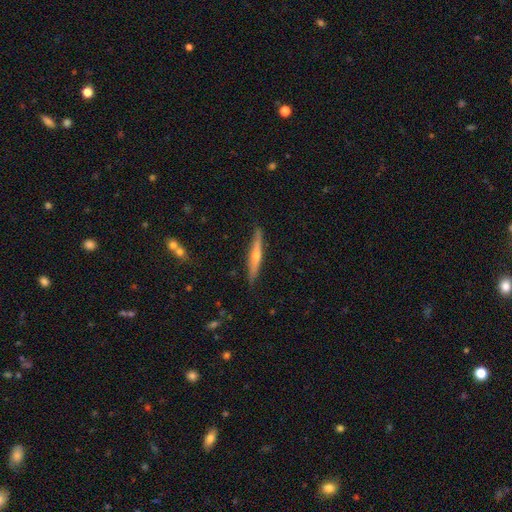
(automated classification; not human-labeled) Overall: featured or disk (65%; smooth 29%). Edge-on disk: yes (96%). Edge-on bulge: rounded (86%). Merging: none (87%).